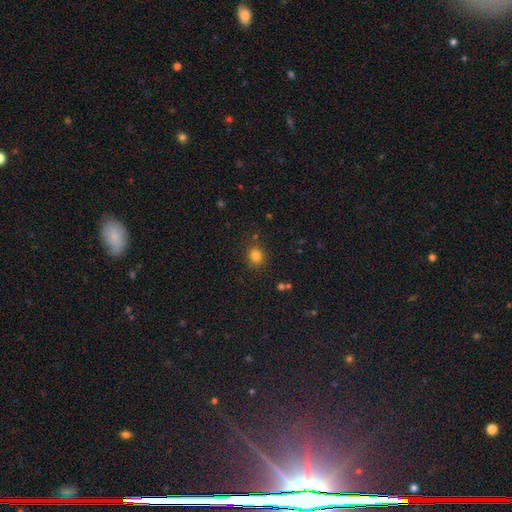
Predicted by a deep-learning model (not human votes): This appears to be a smooth galaxy with no disk features (81%) that is round (75%). Merging: none (84%).